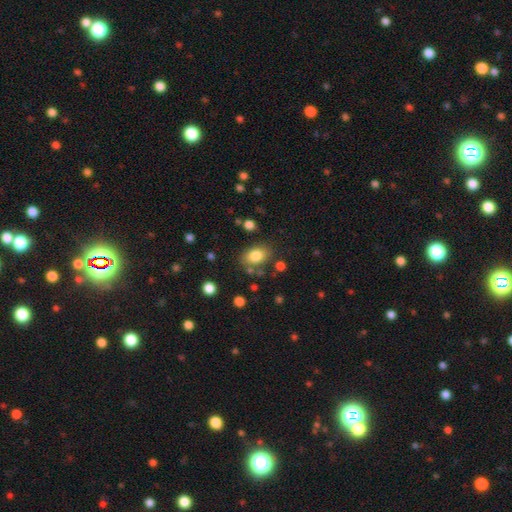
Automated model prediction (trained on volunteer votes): Smooth or featured?
  - smooth: 81% *
  - featured or disk: 10%
  - star or artifact: 9%
How rounded?
  - in between: 80% *
  - round: 19%
  - cigar-shaped: 1%
Merging?
  - none: 76% *
  - minor disturbance: 14%
  - merger: 5%
  - major disturbance: 5%